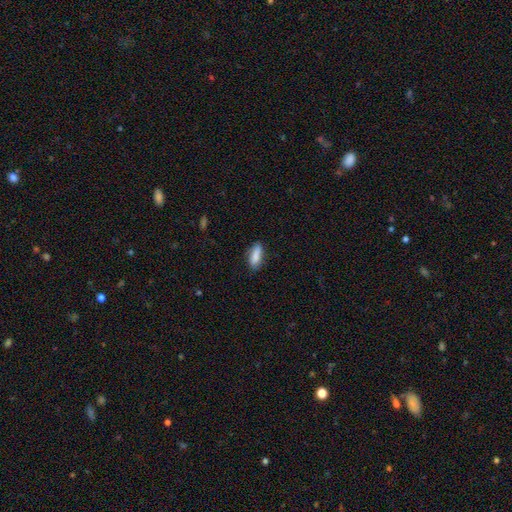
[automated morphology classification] A smooth galaxy with no disk features (86%) that is in between round and cigar-shaped (63%). Merging: none (79%).